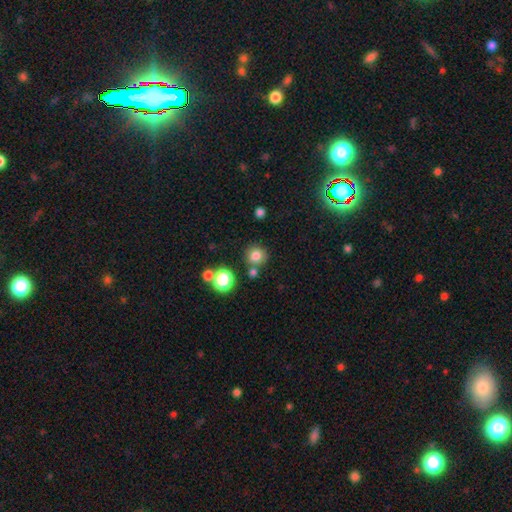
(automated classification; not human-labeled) This appears to be a smooth galaxy with no disk features (78%) that is round (91%). Merging: none (76%).